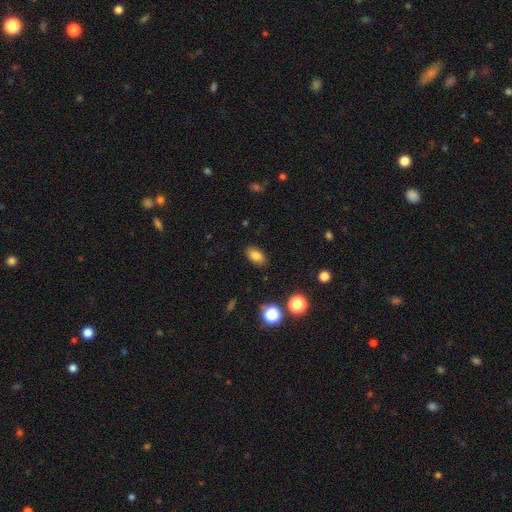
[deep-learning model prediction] Smooth or featured? Predicted: smooth (p=0.81). How rounded? Predicted: in between (p=0.89). Merging? Predicted: none (p=0.87).